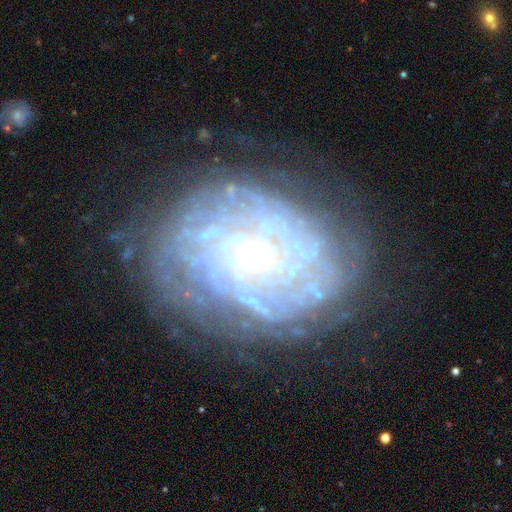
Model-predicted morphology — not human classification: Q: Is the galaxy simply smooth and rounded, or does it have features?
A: featured or disk — 85%.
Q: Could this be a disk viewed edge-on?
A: no — 97%.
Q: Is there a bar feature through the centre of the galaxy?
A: no — 71%.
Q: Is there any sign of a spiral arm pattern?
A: yes — 90%.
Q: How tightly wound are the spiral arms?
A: tight — 78%.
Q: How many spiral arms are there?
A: can't tell — 44%.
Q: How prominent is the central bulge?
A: small — 48%.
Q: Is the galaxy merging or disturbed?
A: none — 73%.